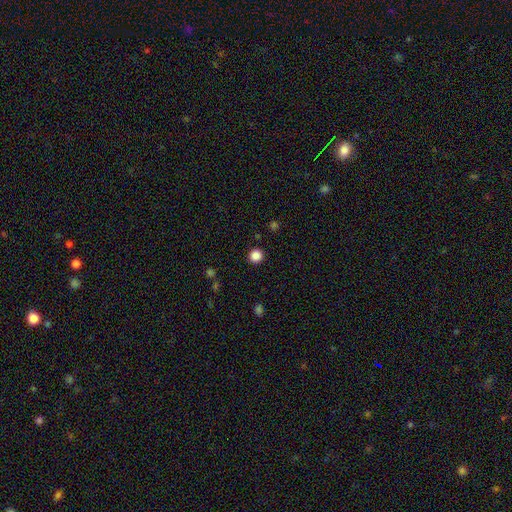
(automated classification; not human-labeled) Overall: smooth (86%). How rounded: round (92%). Merging: none (92%).